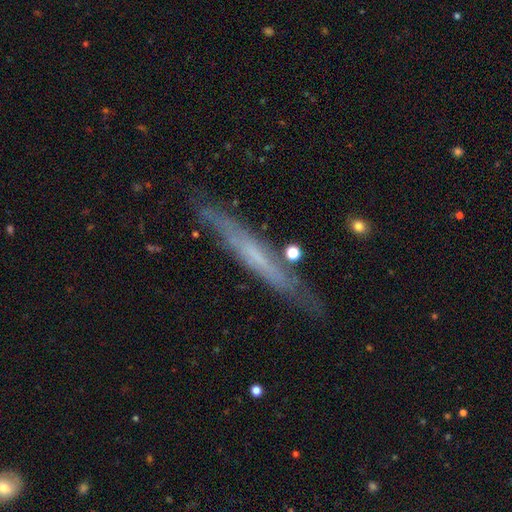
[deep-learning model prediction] Q: Smooth or featured?
A: featured or disk (60%); runner-up: smooth (33%)
Q: Edge-on disk?
A: yes (86%); runner-up: no (14%)
Q: Edge-on bulge?
A: none (78%); runner-up: rounded (15%)
Q: Merging?
A: none (79%); runner-up: minor disturbance (15%)